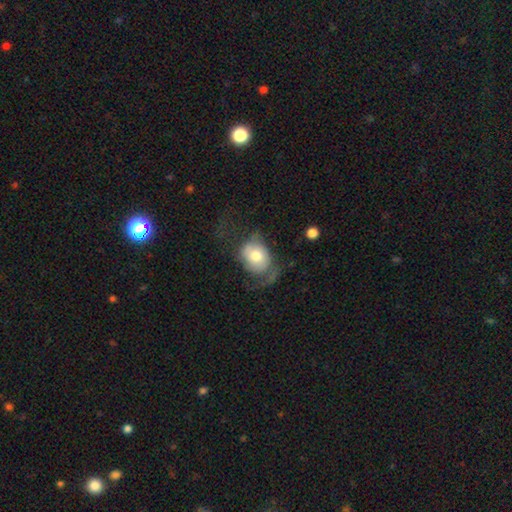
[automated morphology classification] smooth 53%, featured or disk 40%, star or artifact 7%. Down the decision tree: how rounded — in between (52%); merging — major disturbance (39%).